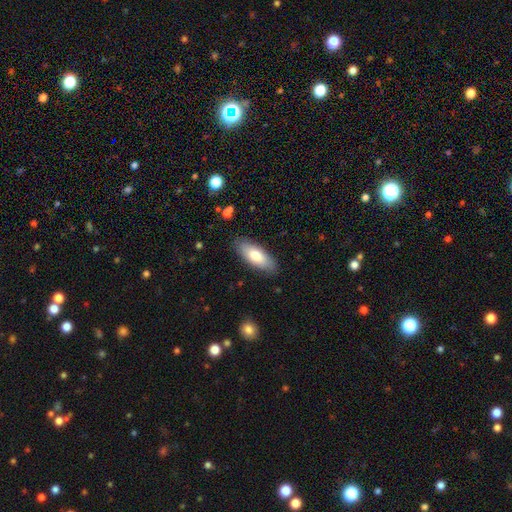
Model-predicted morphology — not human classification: A smooth galaxy with no disk features (75%) that is in between round and cigar-shaped (76%). Merging: none (86%).